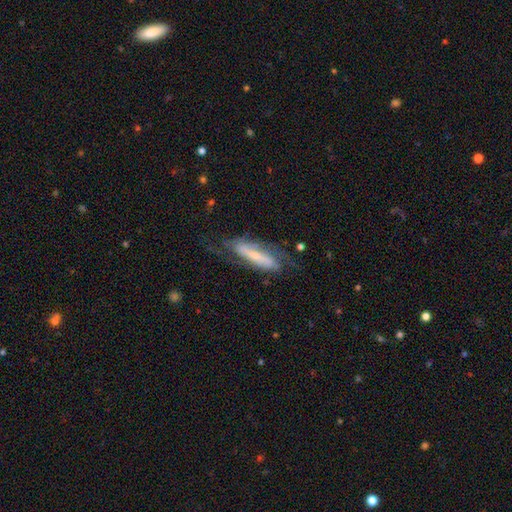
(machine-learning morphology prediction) A featured or disk galaxy (72%) with a strong bar (50%), spiral arms (87%) and a small central bulge (64%). Merging: none (62%).